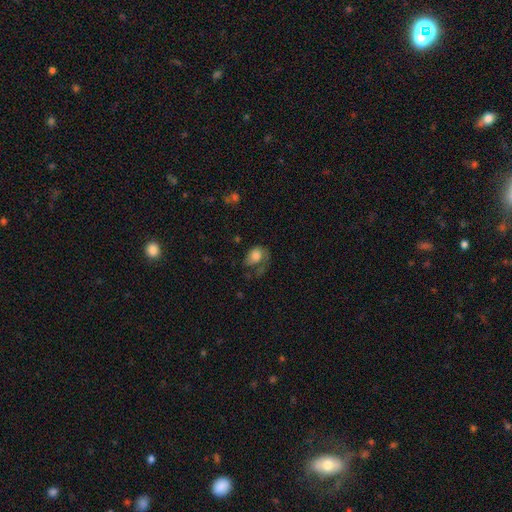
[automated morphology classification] Smooth or featured? Predicted: smooth (p=0.57). How rounded? Predicted: in between (p=0.71). Merging? Predicted: major disturbance (p=0.49).